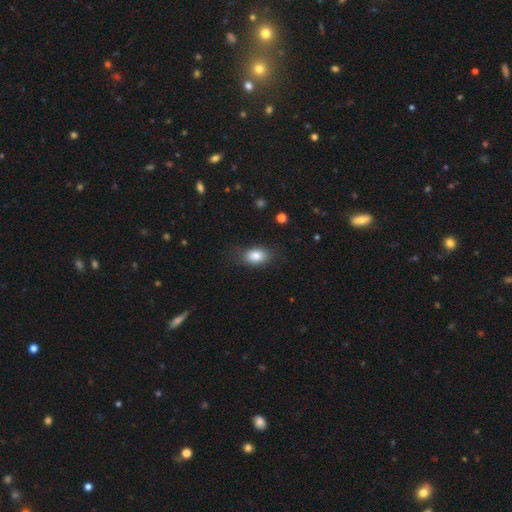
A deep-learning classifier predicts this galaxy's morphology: The model was most divided on "merging": none: 75%, minor disturbance: 18%, major disturbance: 6%, merger: 1%. More confident: how rounded — in between (83%); smooth or featured — smooth (83%).